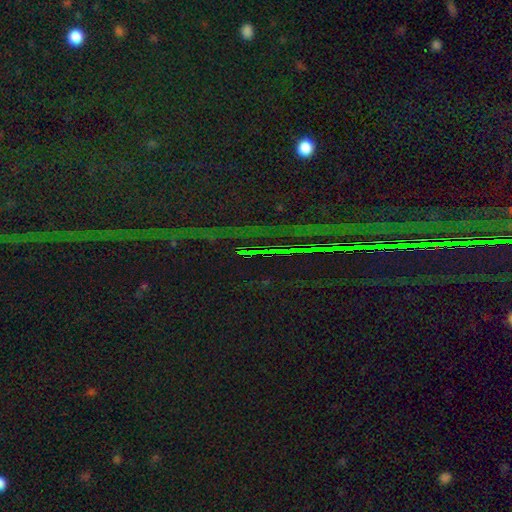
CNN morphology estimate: This appears to be a star or artifact, not a galaxy (81%).